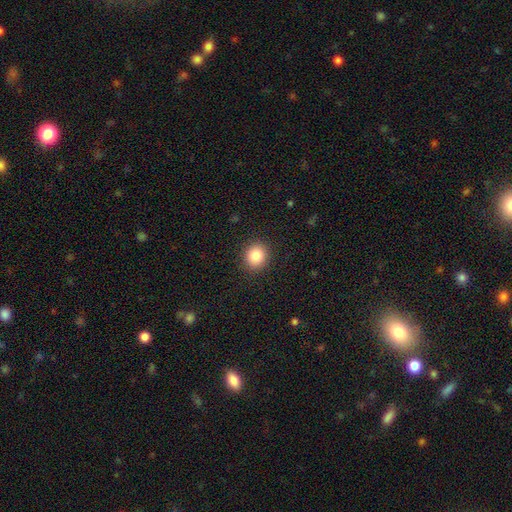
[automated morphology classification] Smooth or featured: smooth — 84% (star or artifact — 10%)
How rounded: round — 80% (in between — 20%)
Merging: none — 91% (minor disturbance — 6%)